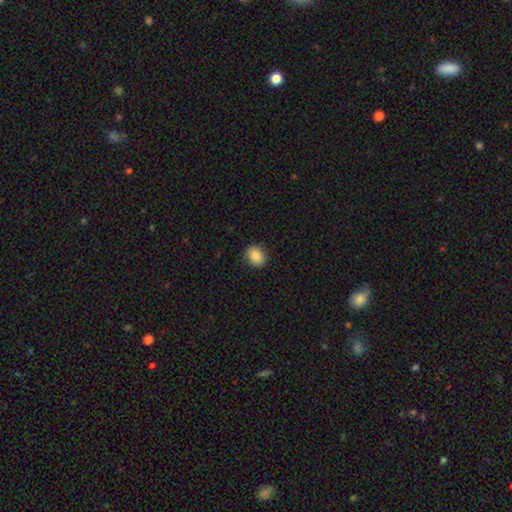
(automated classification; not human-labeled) Smooth or featured?
  - smooth: 88% *
  - star or artifact: 8%
  - featured or disk: 4%
How rounded?
  - round: 52% *
  - in between: 47%
  - cigar-shaped: 1%
Merging?
  - none: 88% *
  - minor disturbance: 8%
  - major disturbance: 2%
  - merger: 1%